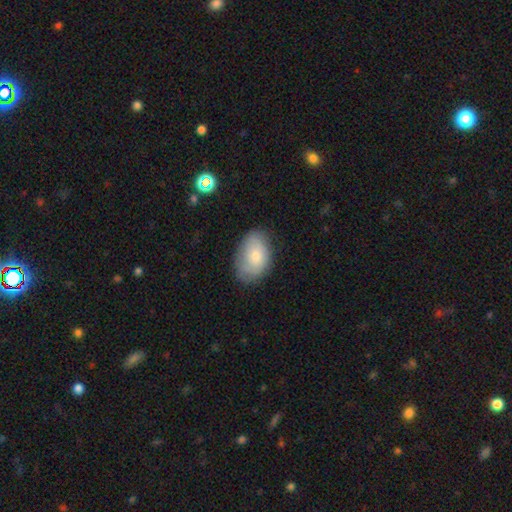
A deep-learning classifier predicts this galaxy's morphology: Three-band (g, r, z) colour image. It shows a smooth galaxy with no disk features (73%) that is in between round and cigar-shaped (88%). Merging: none (71%).